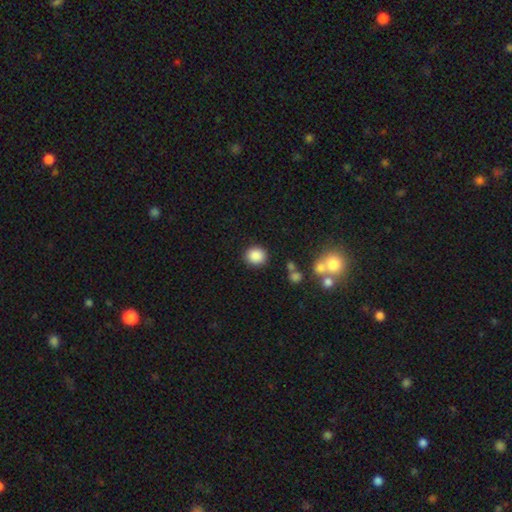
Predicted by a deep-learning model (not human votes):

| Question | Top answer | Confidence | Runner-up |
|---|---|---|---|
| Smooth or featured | smooth | 86% | star or artifact (10%) |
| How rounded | round | 79% | in between (20%) |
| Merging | none | 85% | minor disturbance (9%) |